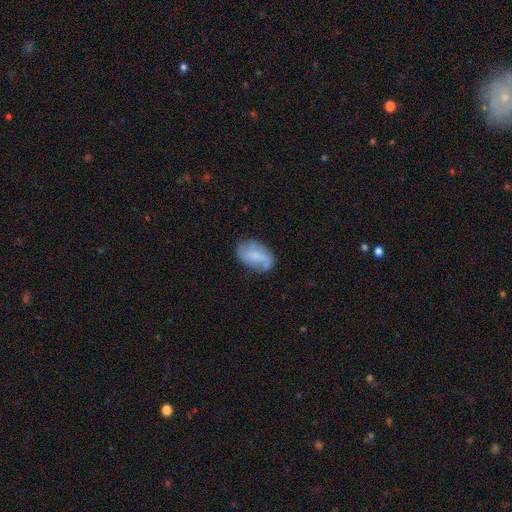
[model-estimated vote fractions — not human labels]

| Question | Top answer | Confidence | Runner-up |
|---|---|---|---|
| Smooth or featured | smooth | 48% | featured or disk (45%) |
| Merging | none | 60% | minor disturbance (26%) |